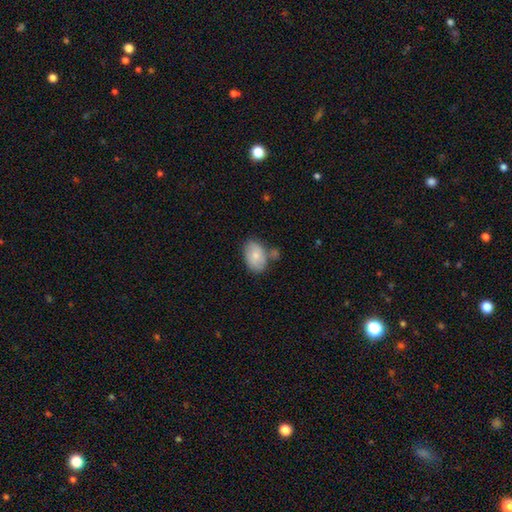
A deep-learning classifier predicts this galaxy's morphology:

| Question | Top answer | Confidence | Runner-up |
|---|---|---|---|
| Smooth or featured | smooth | 78% | featured or disk (16%) |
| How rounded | in between | 87% | round (12%) |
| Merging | none | 59% | minor disturbance (22%) |